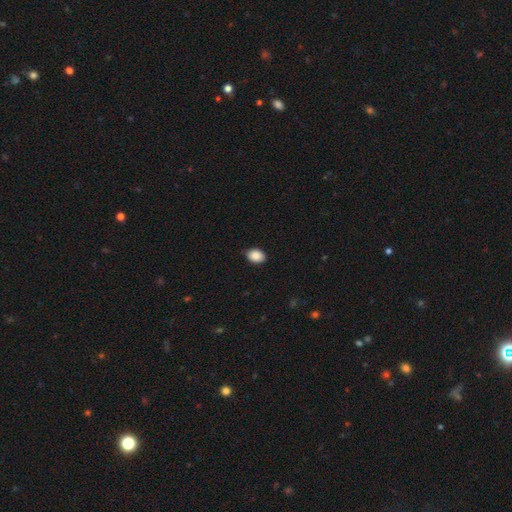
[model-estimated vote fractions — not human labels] Morphology: type=smooth (89%); roundness=in between (73%); merging=none (85%).